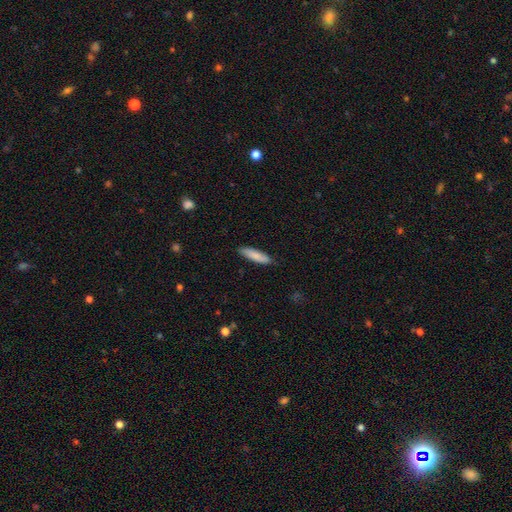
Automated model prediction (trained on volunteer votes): Smooth or featured? smooth (85%)
How rounded? cigar-shaped (68%)
Merging? none (86%)